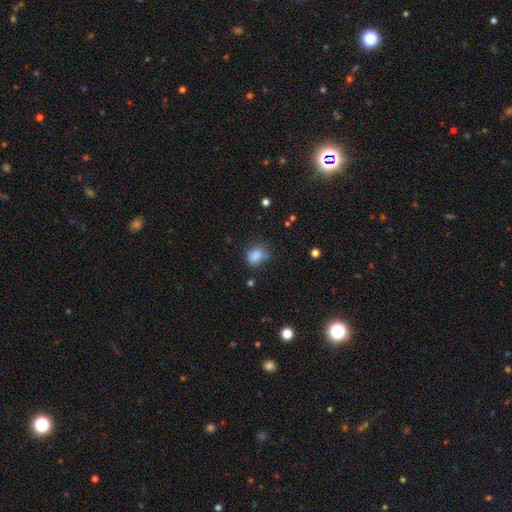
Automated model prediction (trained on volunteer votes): Smooth or featured: smooth — 81% (star or artifact — 11%)
How rounded: round — 53% (in between — 46%)
Merging: none — 54% (minor disturbance — 30%)